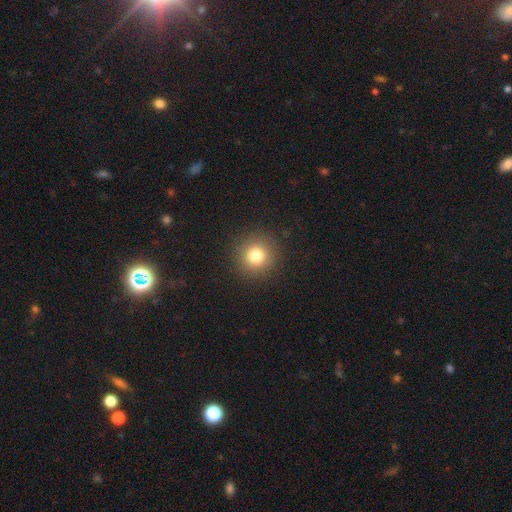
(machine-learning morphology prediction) smooth 79%, star or artifact 13%, featured or disk 8%. Down the decision tree: how rounded — round (94%); merging — none (91%).